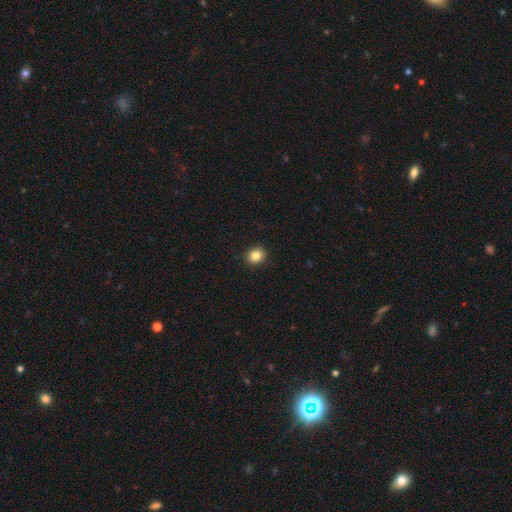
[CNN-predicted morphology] Smooth or featured?
  - smooth: 84% *
  - star or artifact: 11%
  - featured or disk: 5%
How rounded?
  - round: 75% *
  - in between: 24%
  - cigar-shaped: 1%
Merging?
  - none: 92% *
  - minor disturbance: 5%
  - major disturbance: 2%
  - merger: 1%